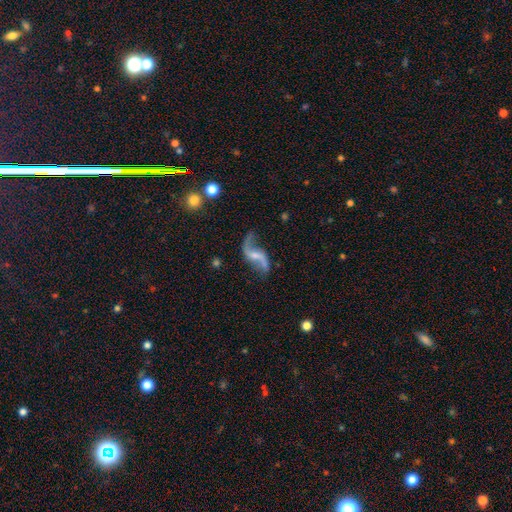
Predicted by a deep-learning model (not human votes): A featured or disk galaxy (89%) with a weak bar (44%), 2 (93%) loose (90%) spiral arms (96%) and a small central bulge (53%). Merging: none (73%).